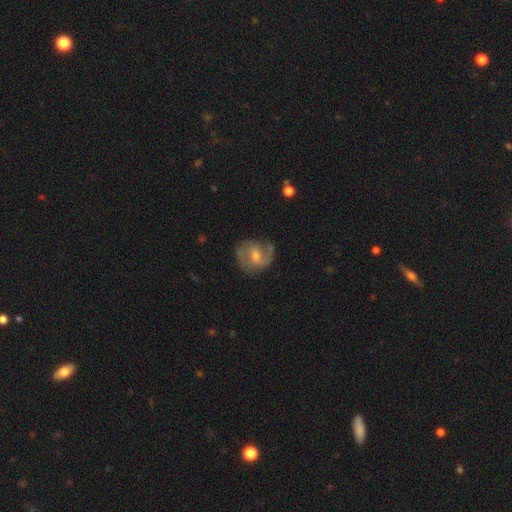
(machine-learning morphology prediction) Overall: featured or disk (74%). Edge-on disk: no (97%). Bar: weak (52%; no 33%). Spiral arms: yes (91%). Spiral arm count: 2 (75%). Spiral winding: medium (49%; tight 28%). Bulge size: moderate (54%; small 39%). Merging: none (72%).